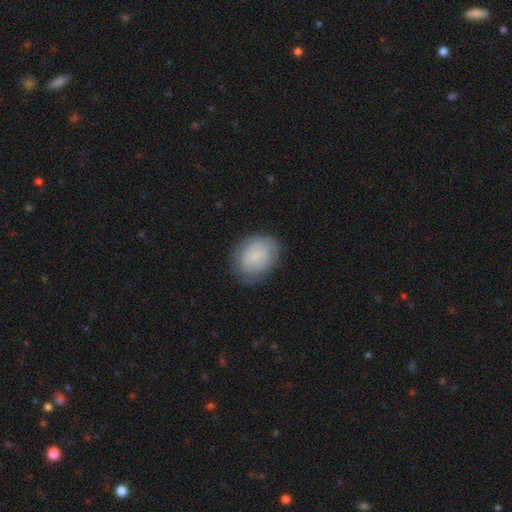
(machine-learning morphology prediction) A smooth galaxy with no disk features (78%) that is in between round and cigar-shaped (54%). Merging: none (75%).